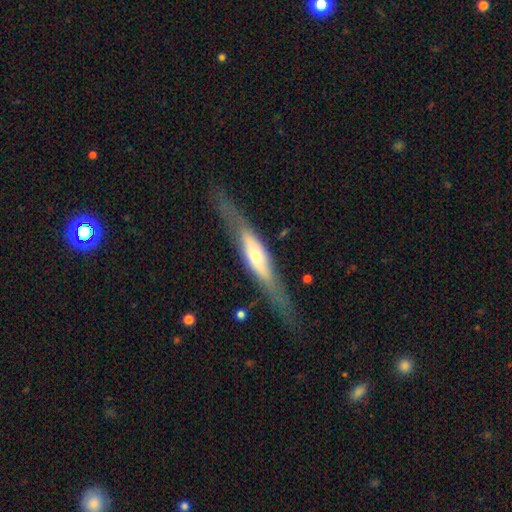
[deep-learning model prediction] Smooth or featured: featured or disk — 65% (smooth — 29%)
Edge-on disk: yes — 82% (no — 18%)
Edge-on bulge: rounded — 75% (none — 13%)
Merging: none — 73% (minor disturbance — 16%)